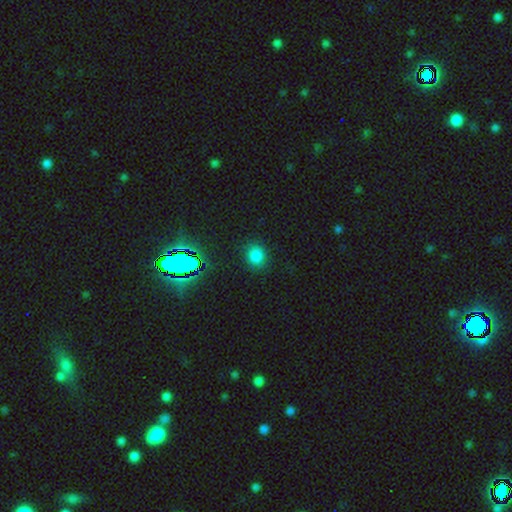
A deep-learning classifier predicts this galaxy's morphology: This appears to be a smooth galaxy with no disk features (78%) that is round (71%). Merging: none (86%).